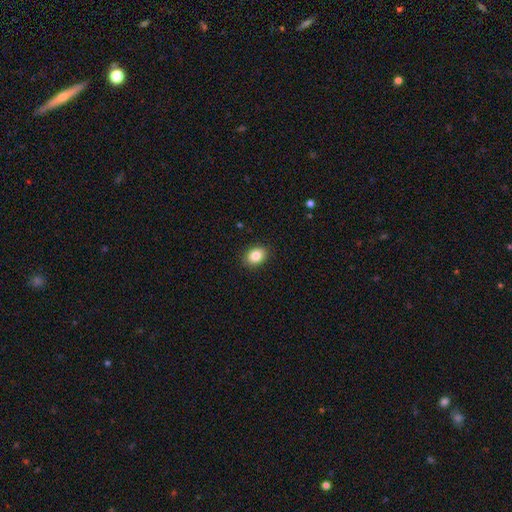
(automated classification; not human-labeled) smooth_or_featured: smooth (p=0.85) [alt: star or artifact p=0.09]
how_rounded: in between (p=0.65) [alt: round p=0.34]
merging: none (p=0.90) [alt: minor disturbance p=0.07]